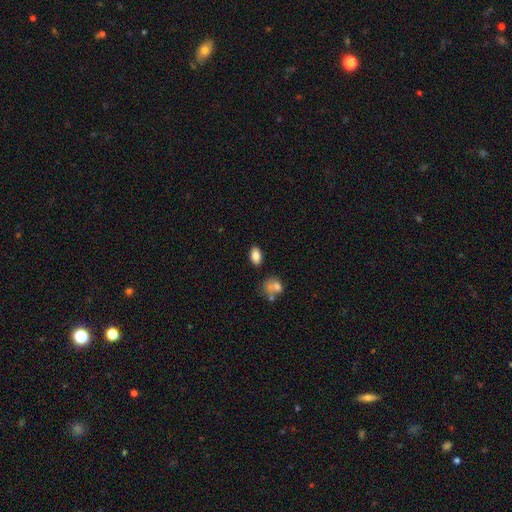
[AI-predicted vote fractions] Morphology: type=smooth (85%); roundness=in between (91%); merging=none (82%).